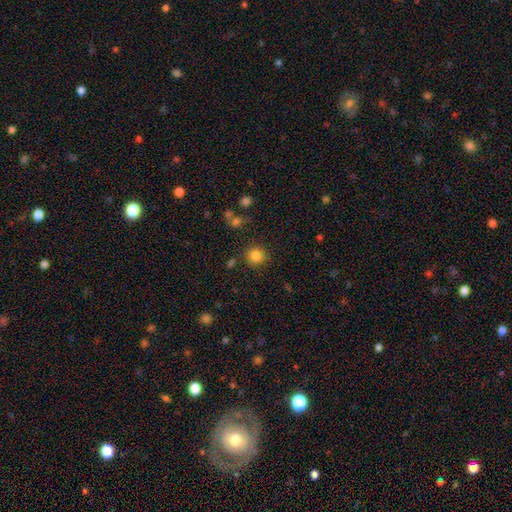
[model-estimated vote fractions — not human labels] This is clearly a smooth galaxy (84%). How rounded: clearly round (92%). Merging: clearly none (85%).